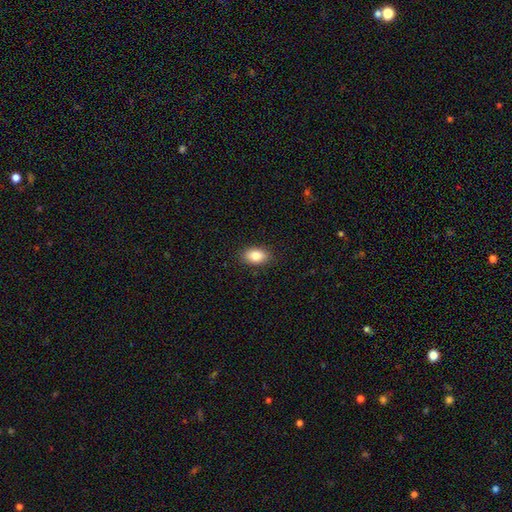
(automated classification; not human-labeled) Smooth or featured: smooth — 84% (star or artifact — 8%)
How rounded: in between — 90% (round — 9%)
Merging: none — 89% (minor disturbance — 8%)